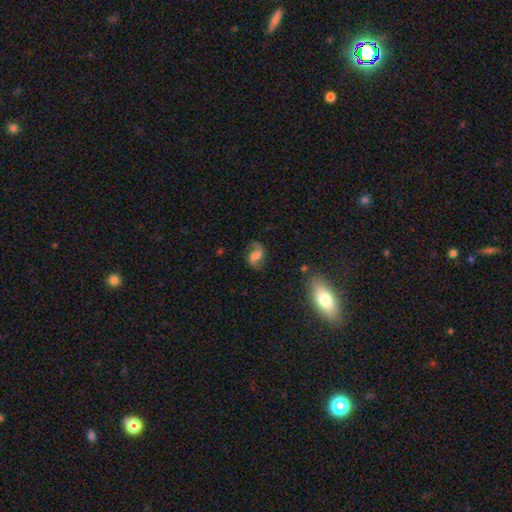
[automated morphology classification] A featured or disk galaxy (80%) with a weak bar (48%), 2 (91%) loose (56%) spiral arms (95%) and a moderate central bulge (33%).

Vote fractions:
- Smooth or featured? featured or disk: 80% / smooth: 13% / star or artifact: 7%
- Edge-on disk? no: 98% / yes: 2%
- Bar? weak: 48% / no: 33% / strong: 20%
- Spiral arms? yes: 95% / no: 5%
- Spiral winding? loose: 56% / medium: 36% / tight: 8%
- Spiral arm count? 2: 91% / 1: 4% / can't tell: 2% / 3: 1% / 4: 1% / more than 4: 1%
- Bulge size? moderate: 33% / small: 24% / none: 23% / large: 17% / dominant: 3%
- Merging? none: 74% / minor disturbance: 16% / major disturbance: 8% / merger: 2%